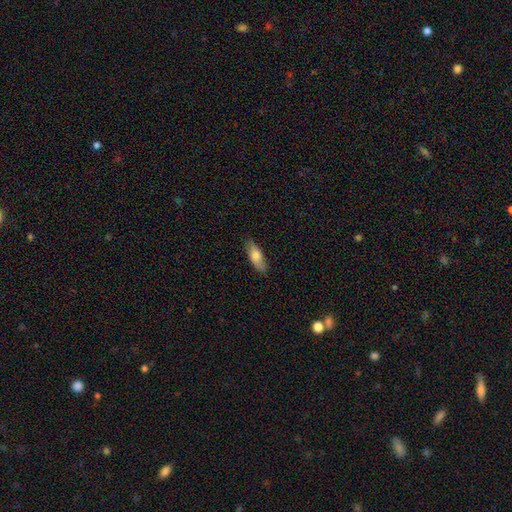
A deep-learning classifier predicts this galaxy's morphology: Smooth or featured? Predicted: smooth (p=0.77). How rounded? Predicted: in between (p=0.75). Merging? Predicted: none (p=0.81).